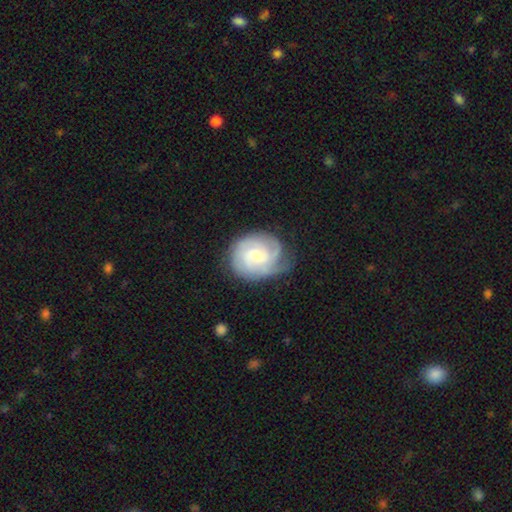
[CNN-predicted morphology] A featured or disk galaxy (75%) with no bar (57%), 3 (32%) tight (60%) spiral arms (96%) and a small central bulge (42%).

Vote fractions:
- Smooth or featured? featured or disk: 75% / smooth: 19% / star or artifact: 6%
- Edge-on disk? no: 98% / yes: 2%
- Bar? no: 57% / weak: 38% / strong: 6%
- Spiral arms? yes: 96% / no: 4%
- Spiral winding? tight: 60% / medium: 33% / loose: 7%
- Spiral arm count? 3: 32% / 2: 25% / can't tell: 25% / 4: 8% / 1: 5% / more than 4: 4%
- Bulge size? small: 42% / moderate: 35% / none: 13% / large: 8% / dominant: 2%
- Merging? none: 68% / minor disturbance: 22% / major disturbance: 9% / merger: 1%